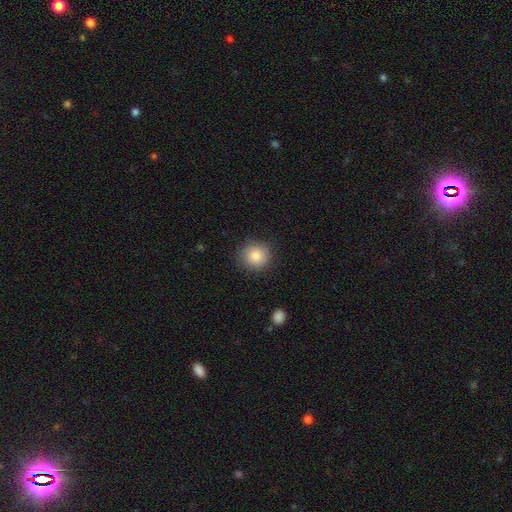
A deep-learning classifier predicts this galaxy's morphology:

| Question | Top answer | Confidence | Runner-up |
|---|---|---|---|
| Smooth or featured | smooth | 85% | star or artifact (9%) |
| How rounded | round | 89% | in between (10%) |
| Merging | none | 87% | minor disturbance (9%) |